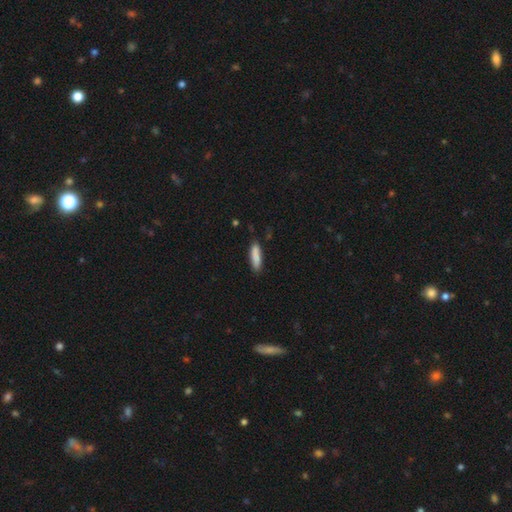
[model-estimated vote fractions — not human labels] A smooth galaxy with no disk features (87%) that is cigar-shaped (69%).

Vote fractions:
- Smooth or featured? smooth: 87% / featured or disk: 7% / star or artifact: 6%
- How rounded? cigar-shaped: 69% / in between: 30% / round: 1%
- Merging? none: 83% / minor disturbance: 14% / major disturbance: 2% / merger: 2%